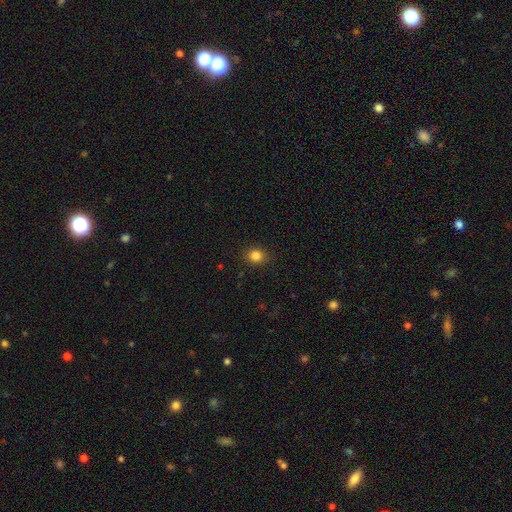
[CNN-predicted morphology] Smooth or featured? Predicted: smooth (p=0.84). How rounded? Predicted: round (p=0.67). Merging? Predicted: none (p=0.88).